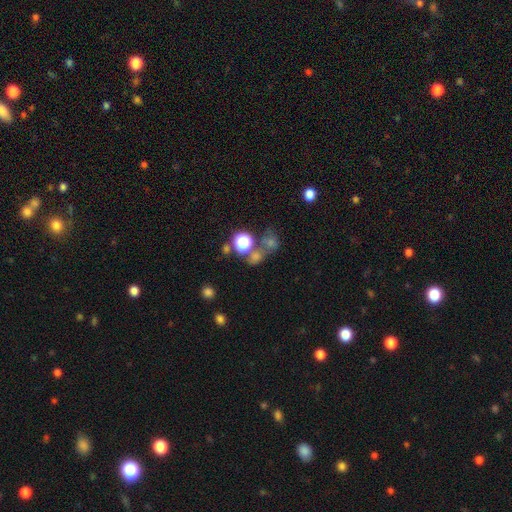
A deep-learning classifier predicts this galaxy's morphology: smooth_or_featured: smooth (p=0.50) [alt: star or artifact p=0.38]
how_rounded: round (p=0.76) [alt: in between p=0.22]
merging: none (p=0.51) [alt: merger p=0.30]